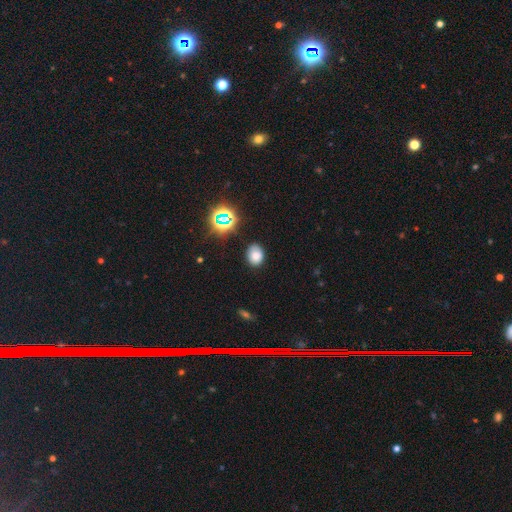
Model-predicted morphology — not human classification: type=smooth (75%); roundness=in between (61%); merging=none (78%).